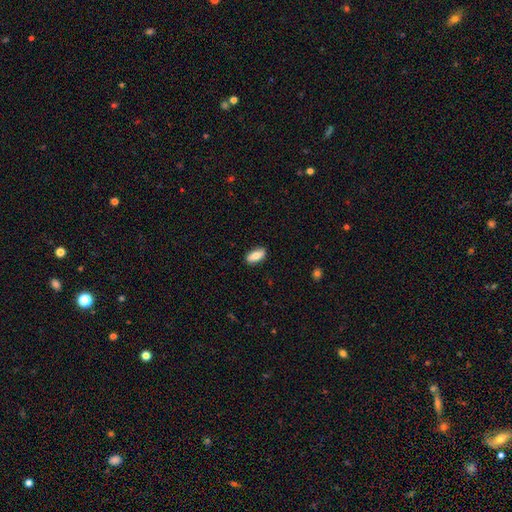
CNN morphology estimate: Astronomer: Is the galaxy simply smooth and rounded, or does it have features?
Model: smooth — 76%.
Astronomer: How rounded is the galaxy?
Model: in between — 85%.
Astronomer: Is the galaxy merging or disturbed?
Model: none — 87%.